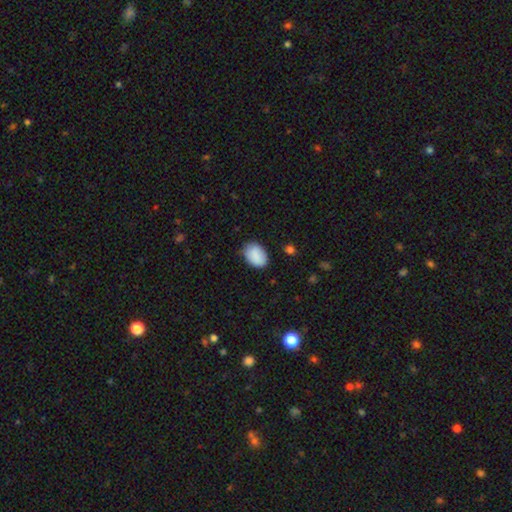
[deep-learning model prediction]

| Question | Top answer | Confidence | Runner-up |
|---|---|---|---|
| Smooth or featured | smooth | 88% | star or artifact (7%) |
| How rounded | in between | 83% | round (16%) |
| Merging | none | 76% | minor disturbance (19%) |